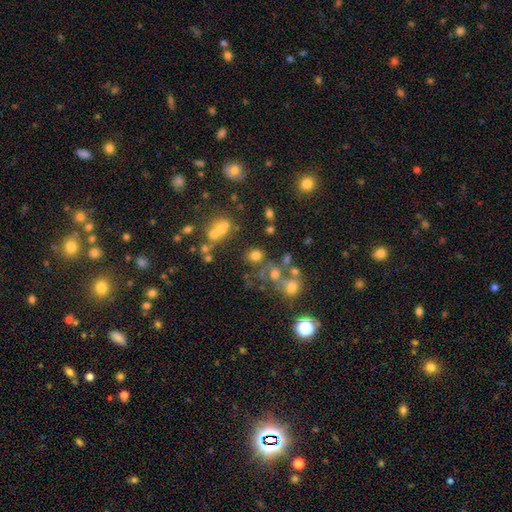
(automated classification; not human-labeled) A smooth galaxy with no disk features (68%) that is round (73%).

Vote fractions:
- Smooth or featured? smooth: 68% / star or artifact: 20% / featured or disk: 13%
- How rounded? round: 73% / in between: 26% / cigar-shaped: 1%
- Merging? none: 62% / merger: 19% / minor disturbance: 12% / major disturbance: 7%